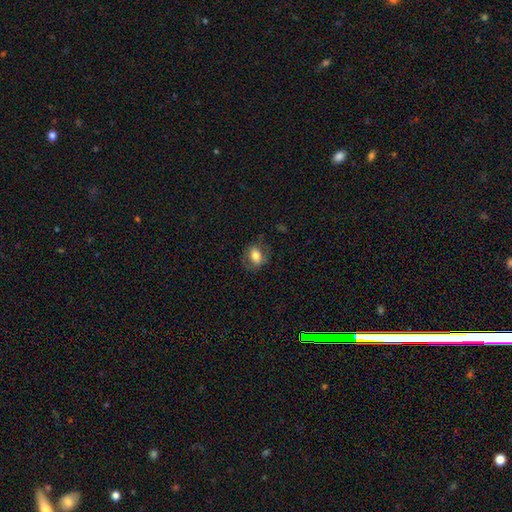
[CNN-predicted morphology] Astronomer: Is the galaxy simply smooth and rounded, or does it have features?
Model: smooth — 66%.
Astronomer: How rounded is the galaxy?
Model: in between — 68%.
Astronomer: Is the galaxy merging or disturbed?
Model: none — 69%.